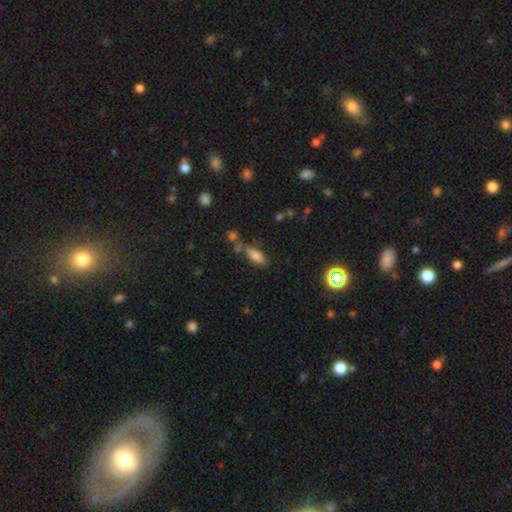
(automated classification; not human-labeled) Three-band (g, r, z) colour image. It shows a smooth galaxy with no disk features (76%) that is in between round and cigar-shaped (71%). Merging: none (61%).